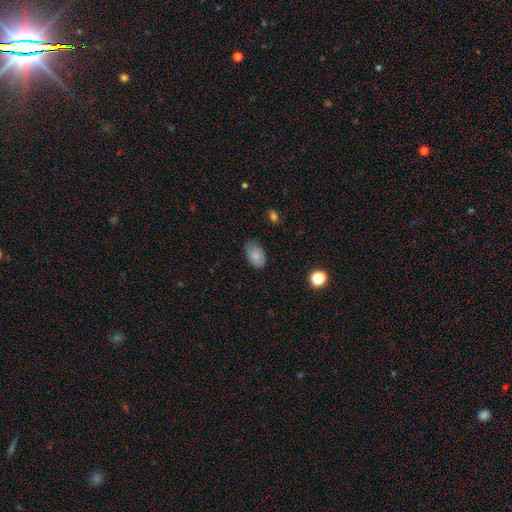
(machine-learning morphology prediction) Q: Smooth or featured?
A: smooth (82%); runner-up: featured or disk (10%)
Q: How rounded?
A: in between (90%); runner-up: round (9%)
Q: Merging?
A: none (76%); runner-up: minor disturbance (19%)